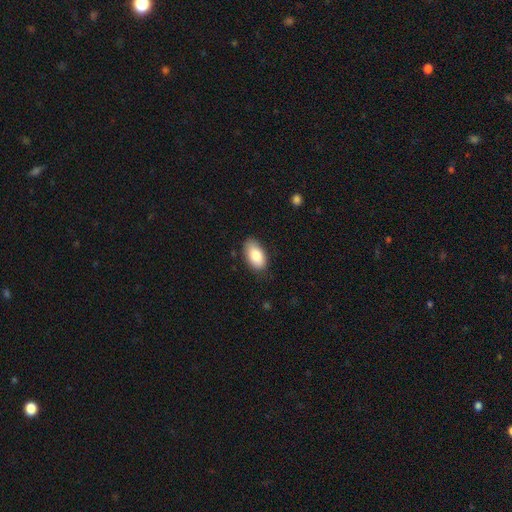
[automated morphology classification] A smooth galaxy with no disk features (85%) that is in between round and cigar-shaped (94%).

Vote fractions:
- Smooth or featured? smooth: 85% / featured or disk: 9% / star or artifact: 7%
- How rounded? in between: 94% / round: 3% / cigar-shaped: 2%
- Merging? none: 81% / minor disturbance: 15% / major disturbance: 3% / merger: 1%